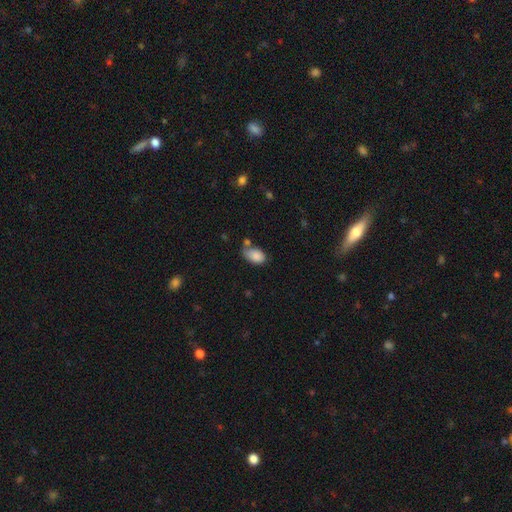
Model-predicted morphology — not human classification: The model was most divided on "merging": none: 49%, minor disturbance: 28%, merger: 15%, major disturbance: 8%. More confident: how rounded — in between (91%); smooth or featured — smooth (86%).